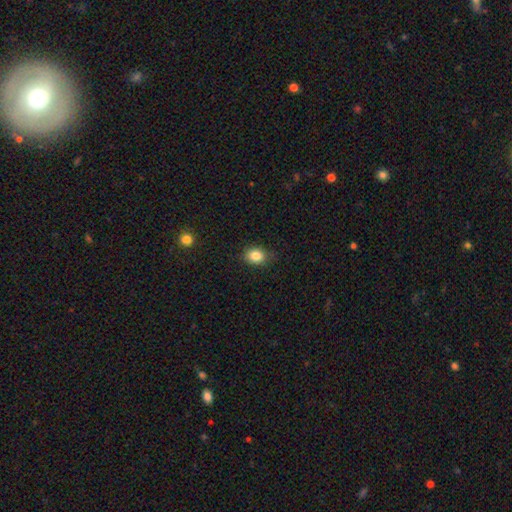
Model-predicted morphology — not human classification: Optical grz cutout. It shows a smooth galaxy with no disk features (84%) that is in between round and cigar-shaped (52%). Merging: none (83%).